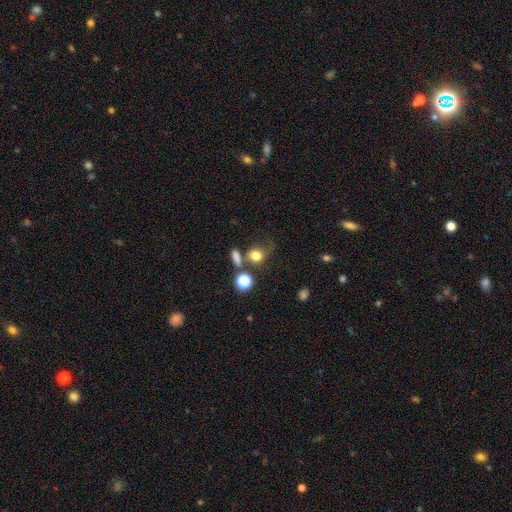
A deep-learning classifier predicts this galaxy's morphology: smooth 75%, star or artifact 14%, featured or disk 11%. Down the decision tree: how rounded — round (74%); merging — none (49%).